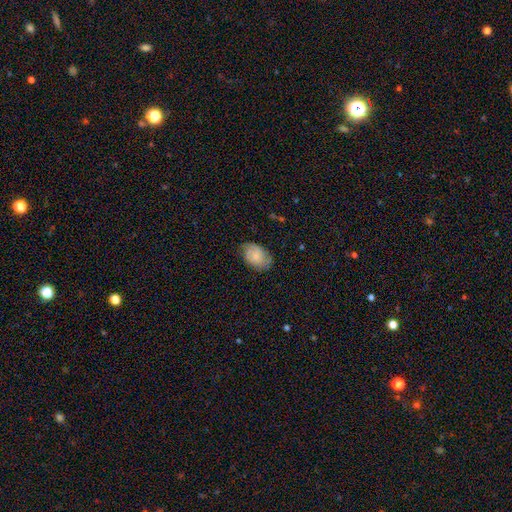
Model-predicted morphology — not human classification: type=smooth (59%); roundness=in between (85%); merging=none (70%).